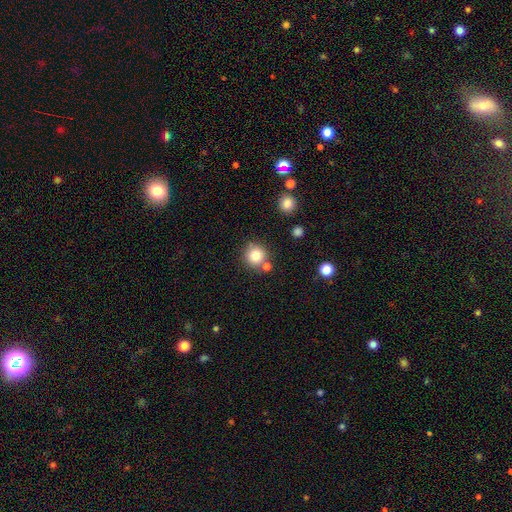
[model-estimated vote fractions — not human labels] Q: Smooth or featured?
A: smooth (81%); runner-up: star or artifact (11%)
Q: How rounded?
A: round (92%); runner-up: in between (7%)
Q: Merging?
A: none (74%); runner-up: merger (14%)